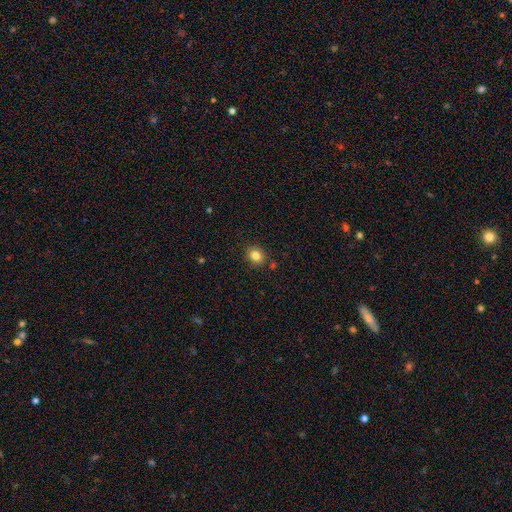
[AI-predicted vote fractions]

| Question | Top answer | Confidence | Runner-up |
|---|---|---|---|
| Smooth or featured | smooth | 83% | star or artifact (11%) |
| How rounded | round | 70% | in between (30%) |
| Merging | none | 85% | minor disturbance (9%) |